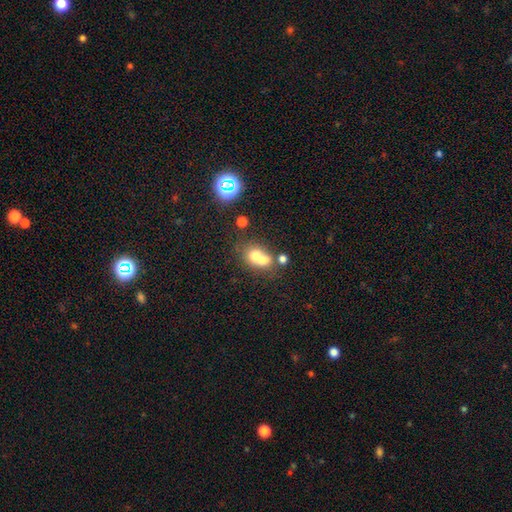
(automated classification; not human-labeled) smooth_or_featured: smooth (p=0.66) [alt: featured or disk p=0.21]
how_rounded: round (p=0.61) [alt: in between p=0.38]
merging: merger (p=0.65) [alt: none p=0.26]